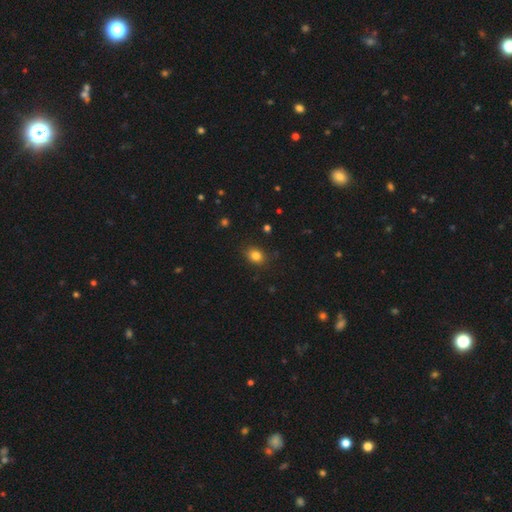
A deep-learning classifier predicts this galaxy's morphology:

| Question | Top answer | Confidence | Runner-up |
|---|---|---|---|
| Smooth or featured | smooth | 83% | star or artifact (12%) |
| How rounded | in between | 53% | round (46%) |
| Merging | none | 85% | minor disturbance (11%) |